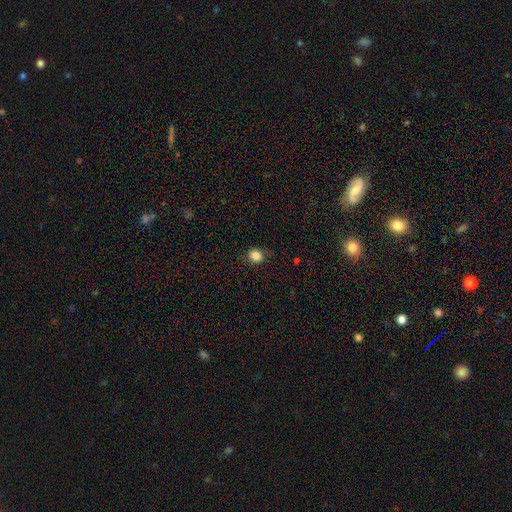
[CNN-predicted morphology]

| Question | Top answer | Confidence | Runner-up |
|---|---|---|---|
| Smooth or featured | smooth | 84% | star or artifact (11%) |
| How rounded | round | 69% | in between (30%) |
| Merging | none | 80% | minor disturbance (15%) |